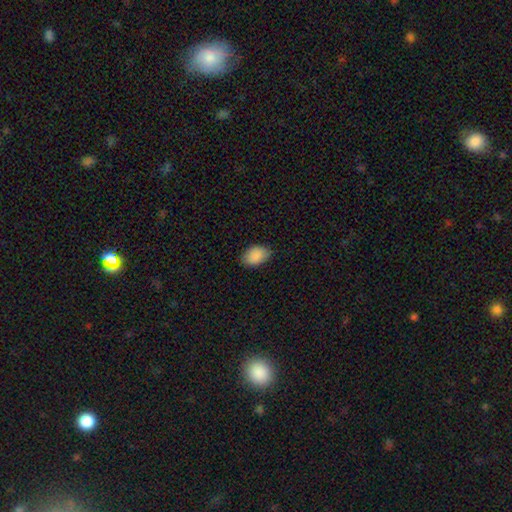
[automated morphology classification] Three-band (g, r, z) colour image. It shows a smooth galaxy with no disk features (90%) that is in between round and cigar-shaped (89%). Merging: none (83%).